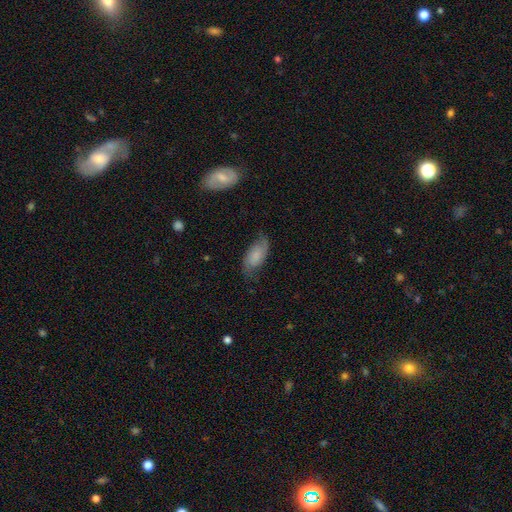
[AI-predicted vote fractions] The model was most divided on "smooth or featured": smooth: 50%, featured or disk: 42%, star or artifact: 8%. More confident: how rounded — in between (91%); merging — none (67%).